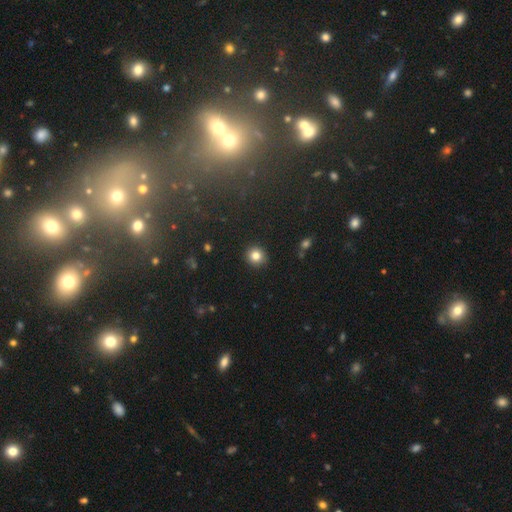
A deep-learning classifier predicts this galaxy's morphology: Smooth or featured?
  - smooth: 83% *
  - star or artifact: 11%
  - featured or disk: 6%
How rounded?
  - round: 92% *
  - in between: 7%
  - cigar-shaped: 1%
Merging?
  - none: 92% *
  - minor disturbance: 5%
  - major disturbance: 2%
  - merger: 1%